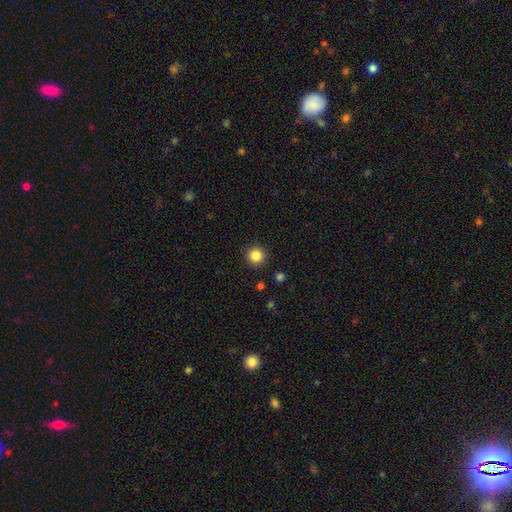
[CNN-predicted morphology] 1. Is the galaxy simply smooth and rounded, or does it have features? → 85% smooth, 11% star or artifact, 4% featured or disk.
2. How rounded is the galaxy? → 95% round, 4% in between, 1% cigar-shaped.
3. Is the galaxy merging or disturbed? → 92% none, 5% minor disturbance, 2% major disturbance, 1% merger.